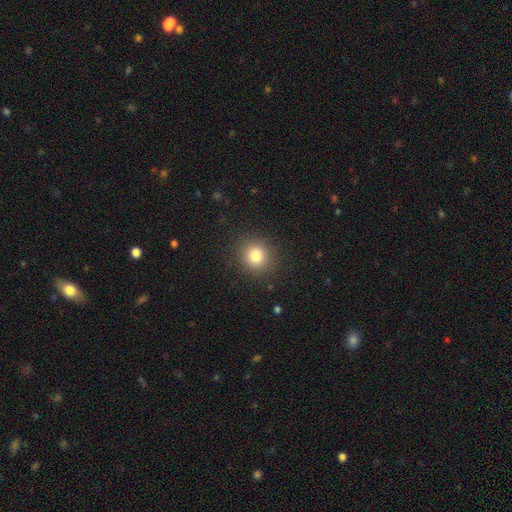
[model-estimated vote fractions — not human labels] smooth-or-featured: smooth: 82% | star or artifact: 12% | featured or disk: 7%
  how-rounded: round: 83% | in between: 16% | cigar-shaped: 1%
  merging: none: 89% | minor disturbance: 7% | major disturbance: 3% | merger: 1%